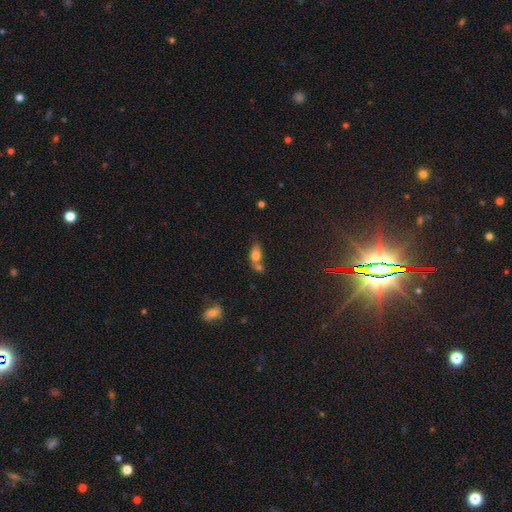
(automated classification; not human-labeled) A smooth galaxy with no disk features (73%) that is in between round and cigar-shaped (78%). Merging: merger (47%).